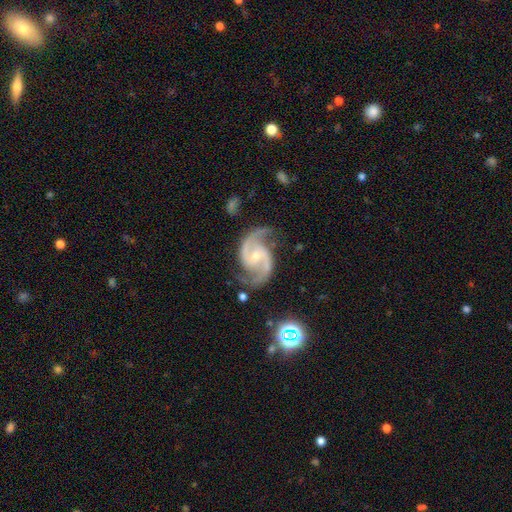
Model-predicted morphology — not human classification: featured or disk 93%, star or artifact 5%, smooth 2%. Down the decision tree: edge-on disk — no (98%); bar — no (45%); spiral arms — yes (99%); spiral arm count — 2 (94%); spiral winding — medium (65%); bulge size — small (59%); merging — none (77%).